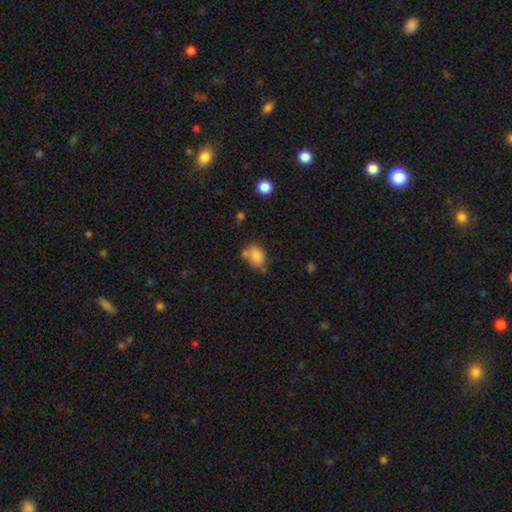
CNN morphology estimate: Overall: smooth (79%). How rounded: in between (65%; round 34%). Merging: none (42%; minor disturbance 27%).